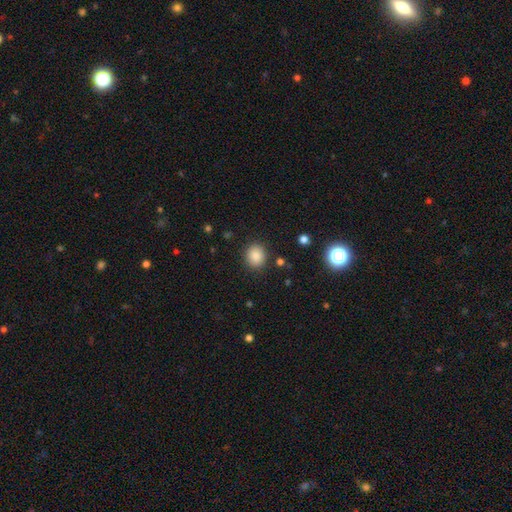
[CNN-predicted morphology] smooth_or_featured: smooth (p=0.86) [alt: star or artifact p=0.10]
how_rounded: round (p=0.75) [alt: in between p=0.24]
merging: none (p=0.88) [alt: minor disturbance p=0.08]